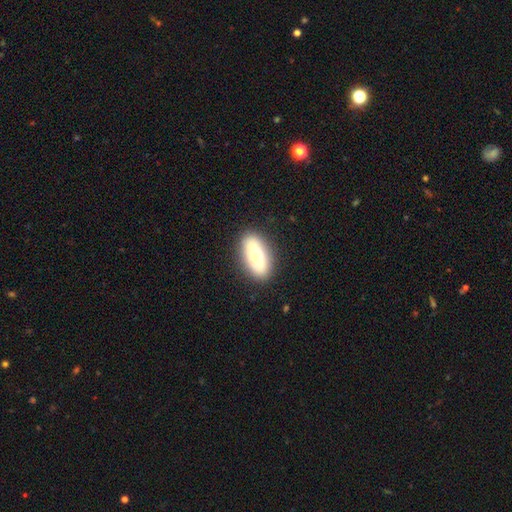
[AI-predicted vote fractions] smooth-or-featured: smooth: 70% | featured or disk: 22% | star or artifact: 8%
  how-rounded: in between: 86% | cigar-shaped: 10% | round: 4%
  merging: none: 87% | minor disturbance: 9% | major disturbance: 2% | merger: 1%